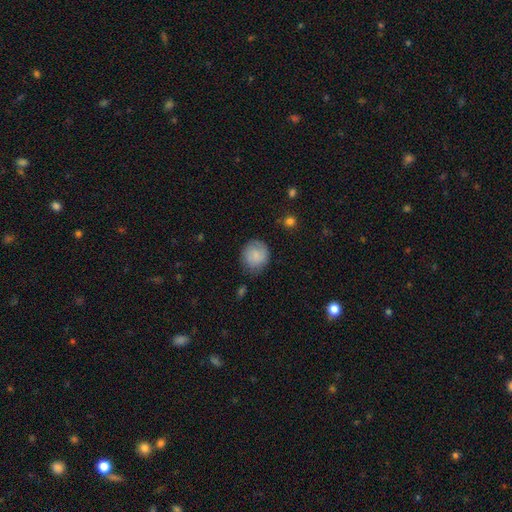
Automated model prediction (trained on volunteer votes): This appears to be a smooth galaxy with no disk features (80%) that is round (85%). Merging: none (75%).